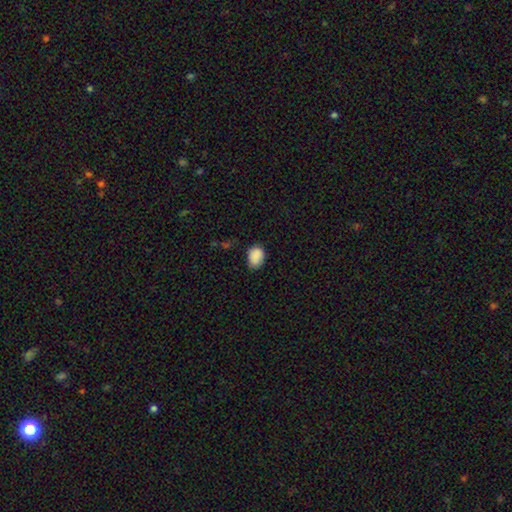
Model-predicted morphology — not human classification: This is clearly a smooth galaxy (88%). How rounded: likely in between (72%). Merging: likely none (71%).